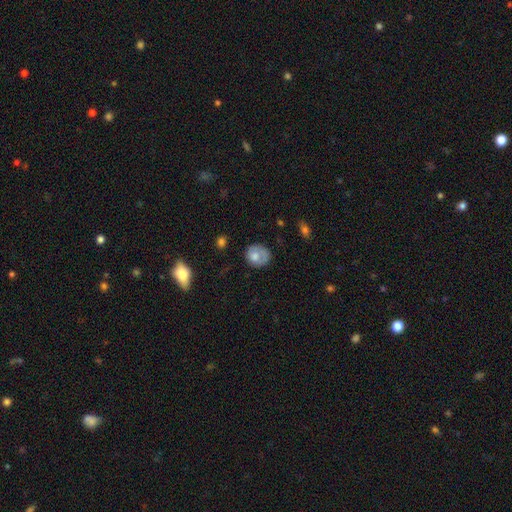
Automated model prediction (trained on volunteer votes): Smooth or featured? smooth (69%)
How rounded? round (71%)
Merging? none (59%)